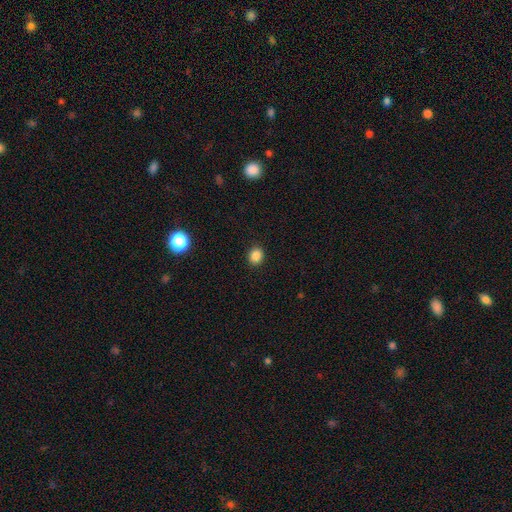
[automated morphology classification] Smooth or featured: smooth — 86% (star or artifact — 11%)
How rounded: round — 69% (in between — 30%)
Merging: none — 91% (minor disturbance — 6%)